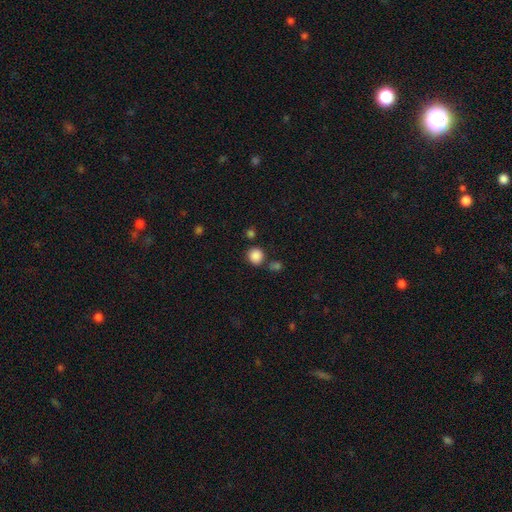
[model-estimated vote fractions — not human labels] Smooth or featured? Predicted: smooth (p=0.87). How rounded? Predicted: round (p=0.86). Merging? Predicted: none (p=0.76).